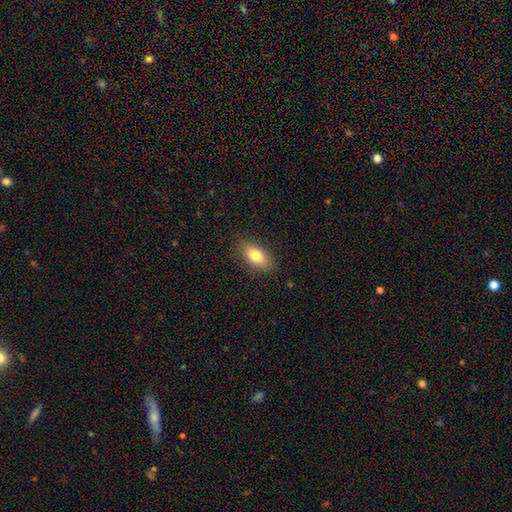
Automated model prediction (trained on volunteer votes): Smooth or featured? Predicted: smooth (p=0.79). How rounded? Predicted: in between (p=0.88). Merging? Predicted: none (p=0.86).